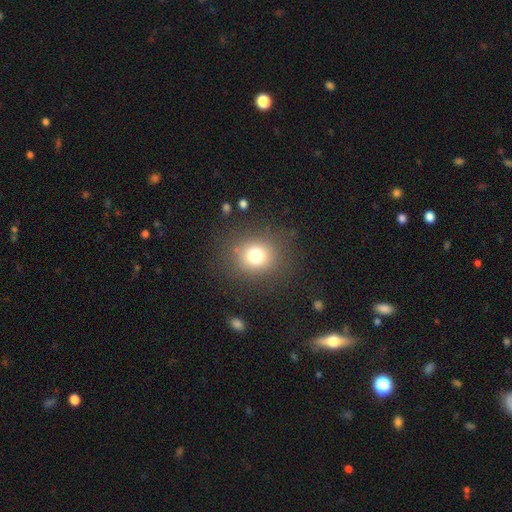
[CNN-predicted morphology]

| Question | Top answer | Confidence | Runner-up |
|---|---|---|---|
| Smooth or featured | smooth | 74% | star or artifact (15%) |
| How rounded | round | 79% | in between (20%) |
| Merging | none | 83% | minor disturbance (10%) |